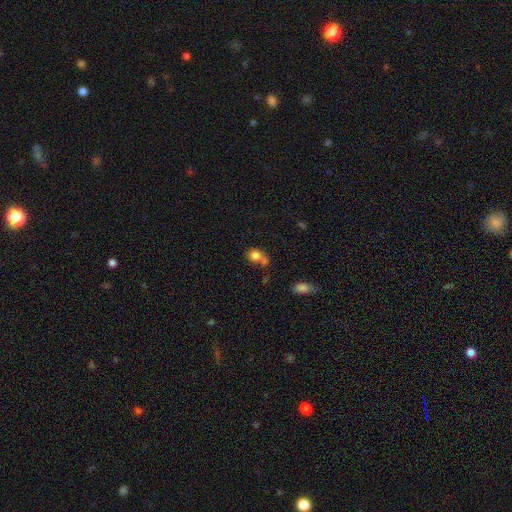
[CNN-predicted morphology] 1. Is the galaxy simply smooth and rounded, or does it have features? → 79% smooth, 11% featured or disk, 10% star or artifact.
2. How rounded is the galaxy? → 57% round, 41% in between, 1% cigar-shaped.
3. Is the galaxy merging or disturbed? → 42% none, 33% merger, 17% minor disturbance, 8% major disturbance.